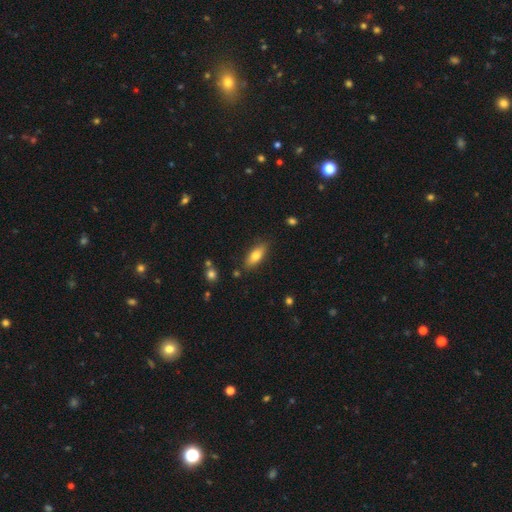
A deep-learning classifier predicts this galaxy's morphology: The model was most divided on "how rounded": in between: 74%, cigar-shaped: 24%, round: 2%. More confident: merging — none (81%); smooth or featured — smooth (75%).